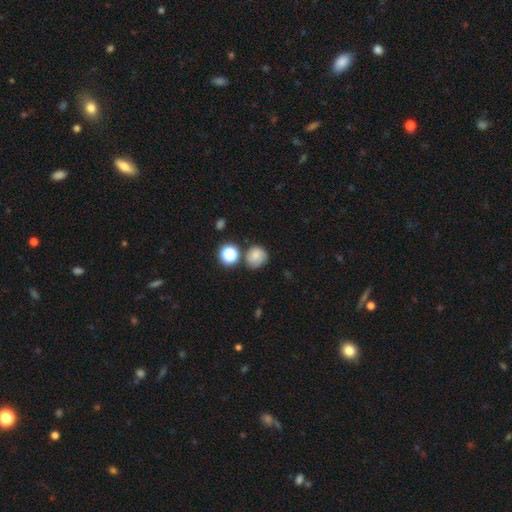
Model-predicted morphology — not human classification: smooth_or_featured: smooth (p=0.68) [alt: featured or disk p=0.18]
how_rounded: round (p=0.82) [alt: in between p=0.17]
merging: none (p=0.64) [alt: minor disturbance p=0.20]